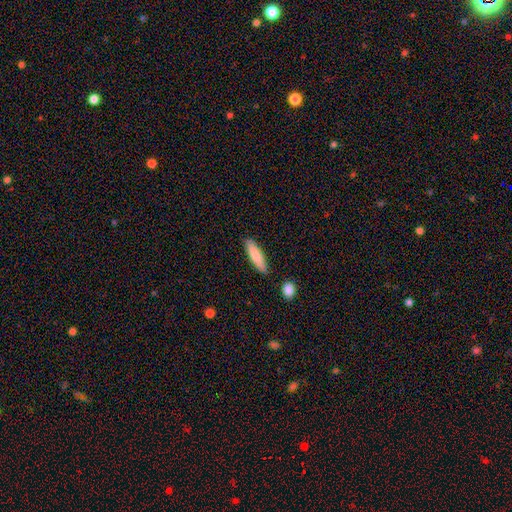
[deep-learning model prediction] The model was most divided on "how rounded": cigar-shaped: 72%, in between: 27%, round: 2%. More confident: merging — none (85%); smooth or featured — smooth (81%).